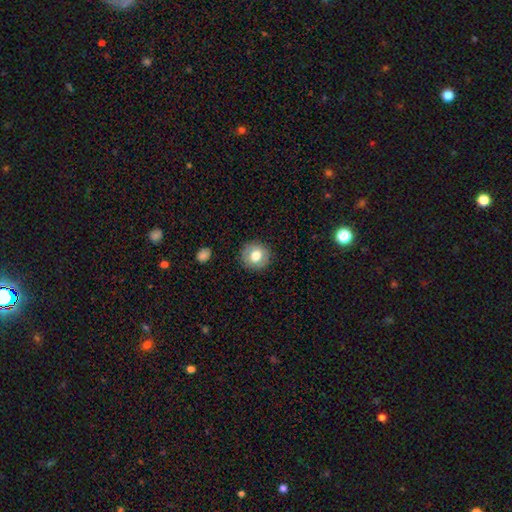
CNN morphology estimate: Overall: smooth (70%). How rounded: round (89%). Merging: none (88%).